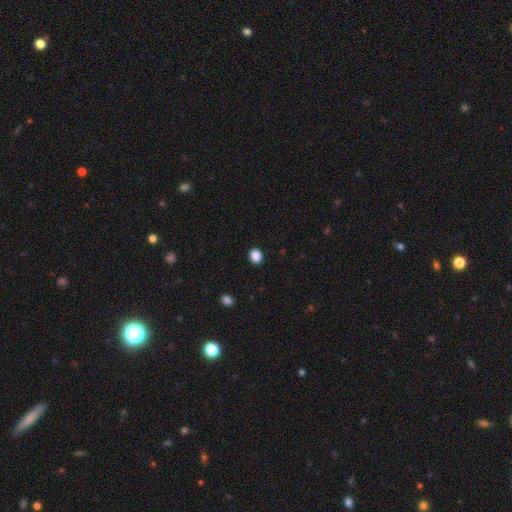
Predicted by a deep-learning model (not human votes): The model was most divided on "how rounded": round: 52%, in between: 48%, cigar-shaped: 1%. More confident: merging — none (91%); smooth or featured — smooth (88%).